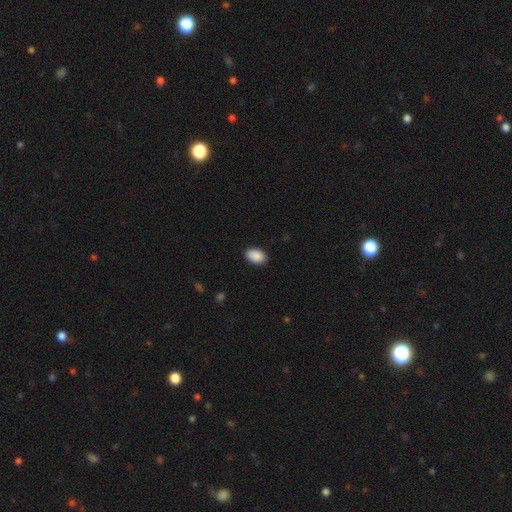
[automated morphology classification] A smooth galaxy with no disk features (90%) that is in between round and cigar-shaped (91%). Merging: none (89%).